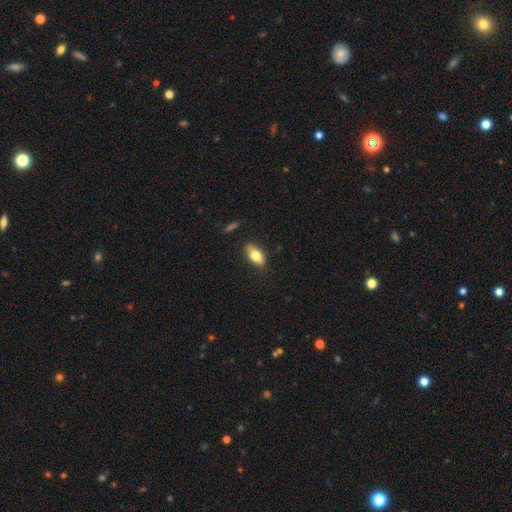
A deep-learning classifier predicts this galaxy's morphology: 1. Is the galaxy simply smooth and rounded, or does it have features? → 76% smooth, 17% featured or disk, 7% star or artifact.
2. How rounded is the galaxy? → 86% in between, 10% cigar-shaped, 4% round.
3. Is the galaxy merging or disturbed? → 83% none, 13% minor disturbance, 3% major disturbance, 2% merger.